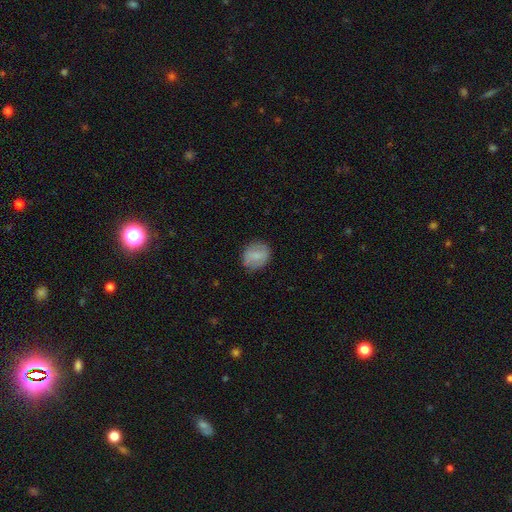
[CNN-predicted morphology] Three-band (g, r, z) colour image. It shows a smooth galaxy with no disk features (72%) that is round (64%). Merging: none (80%).